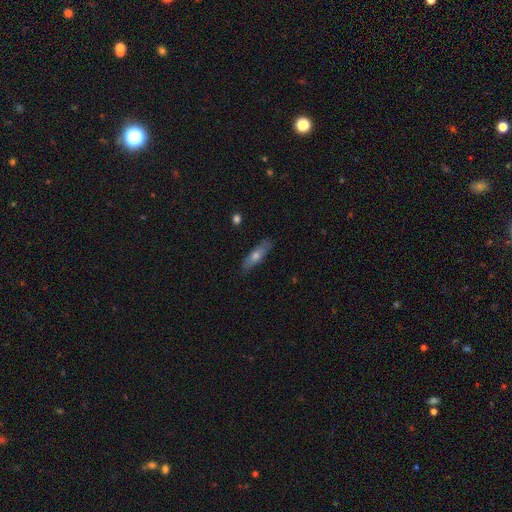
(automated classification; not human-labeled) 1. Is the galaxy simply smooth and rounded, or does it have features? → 57% smooth, 36% featured or disk, 7% star or artifact.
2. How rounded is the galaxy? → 66% cigar-shaped, 32% in between, 2% round.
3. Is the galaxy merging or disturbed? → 86% none, 11% minor disturbance, 2% major disturbance, 1% merger.